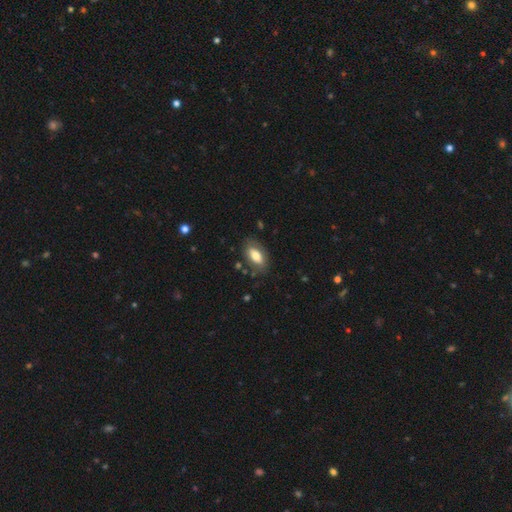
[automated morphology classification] This is likely a smooth galaxy (73%). How rounded: clearly in between (90%). Merging: likely none (78%).